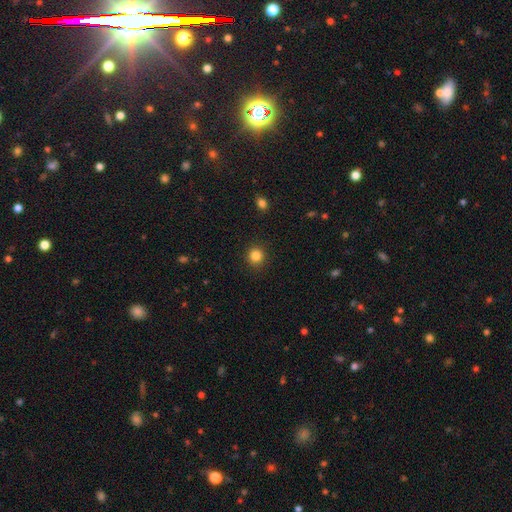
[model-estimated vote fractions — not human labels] Q: Smooth or featured?
A: smooth (84%); runner-up: star or artifact (12%)
Q: How rounded?
A: round (92%); runner-up: in between (7%)
Q: Merging?
A: none (91%); runner-up: minor disturbance (6%)